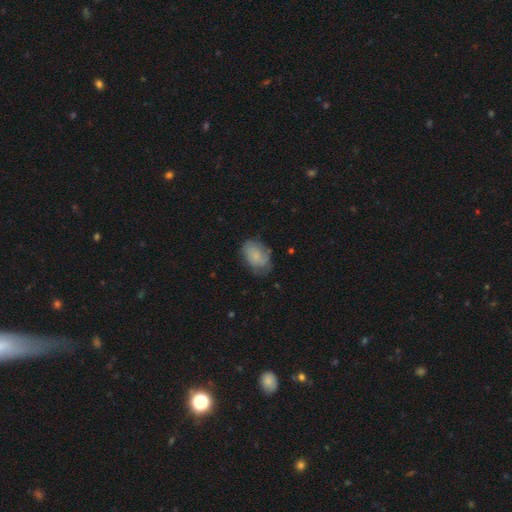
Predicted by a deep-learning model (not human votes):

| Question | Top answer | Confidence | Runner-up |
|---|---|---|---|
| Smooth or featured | smooth | 70% | featured or disk (22%) |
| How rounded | in between | 84% | round (15%) |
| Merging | none | 62% | minor disturbance (28%) |